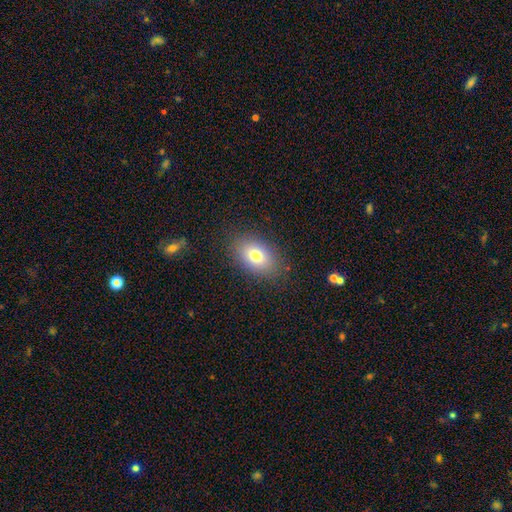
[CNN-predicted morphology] type=smooth (76%); roundness=in between (85%); merging=none (85%).